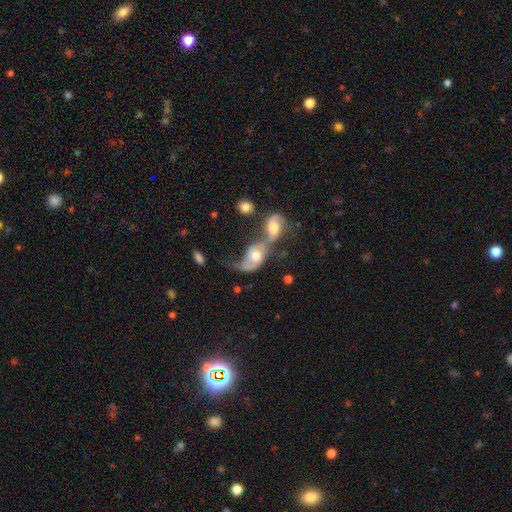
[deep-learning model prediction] Smooth or featured? Predicted: featured or disk (p=0.54). Edge-on disk? Predicted: no (p=0.93). Merging? Predicted: merger (p=0.74).